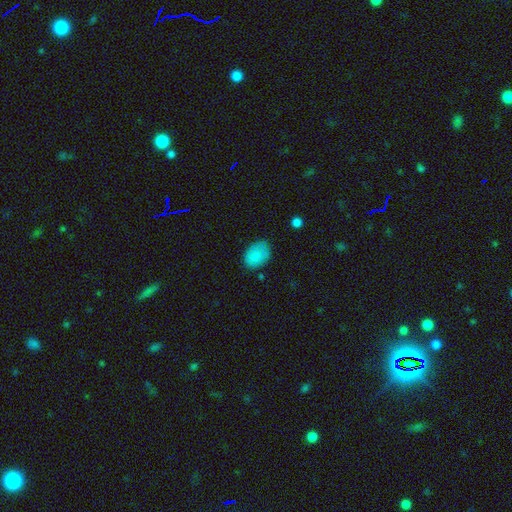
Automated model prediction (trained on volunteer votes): smooth_or_featured: smooth (p=0.86) [alt: star or artifact p=0.09]
how_rounded: in between (p=0.81) [alt: round p=0.18]
merging: none (p=0.70) [alt: minor disturbance p=0.23]